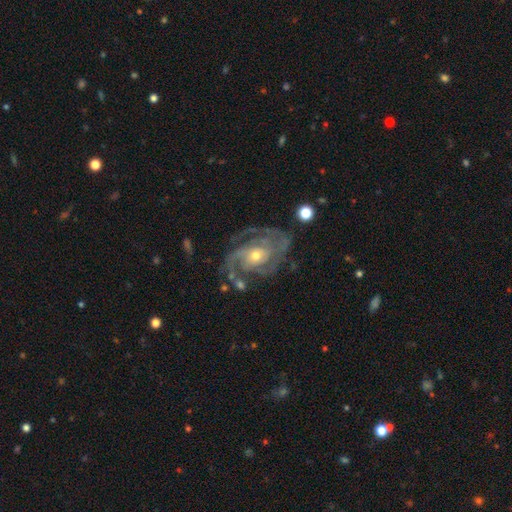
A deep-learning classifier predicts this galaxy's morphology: smooth_or_featured: featured or disk (p=0.90) [alt: star or artifact p=0.05]
disk_edge_on: no (p=0.97) [alt: yes p=0.03]
bar: no (p=0.68) [alt: weak p=0.25]
has_spiral_arms: yes (p=0.96) [alt: no p=0.04]
spiral_winding: tight (p=0.48) [alt: medium p=0.41]
spiral_arm_count: 2 (p=0.31) [alt: 3 p=0.30]
bulge_size: moderate (p=0.48) [alt: small p=0.47]
merging: none (p=0.63) [alt: minor disturbance p=0.19]